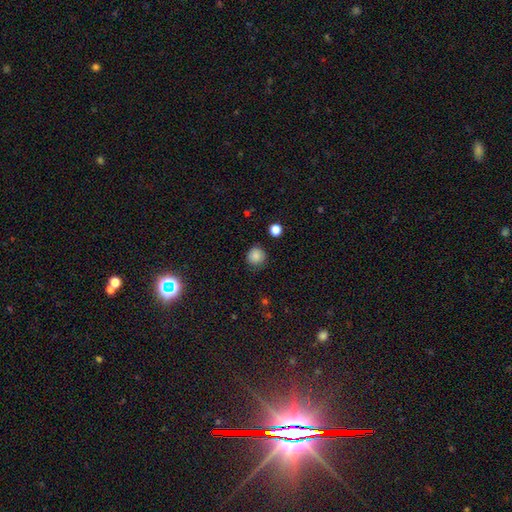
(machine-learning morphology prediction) Smooth or featured? smooth (84%)
How rounded? round (92%)
Merging? none (81%)